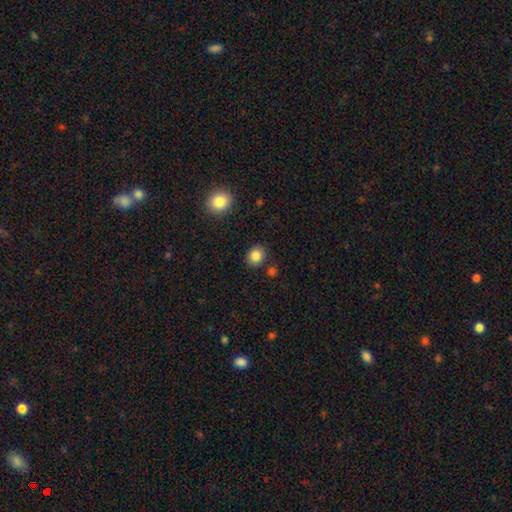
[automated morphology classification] Smooth or featured: smooth — 84% (star or artifact — 10%)
How rounded: round — 74% (in between — 25%)
Merging: none — 85% (minor disturbance — 8%)